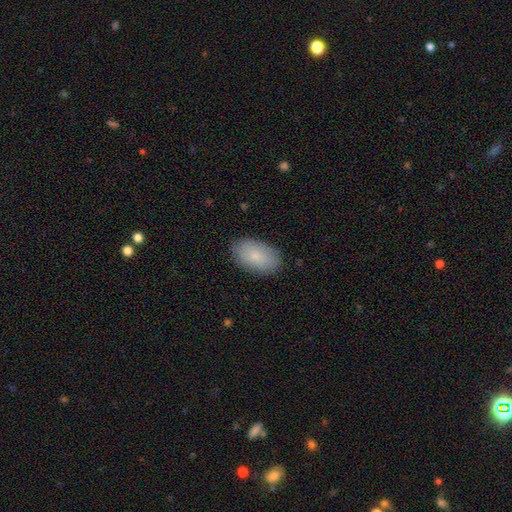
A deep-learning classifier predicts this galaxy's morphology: Q: Smooth or featured?
A: smooth (83%); runner-up: featured or disk (11%)
Q: How rounded?
A: in between (93%); runner-up: round (5%)
Q: Merging?
A: none (85%); runner-up: minor disturbance (12%)